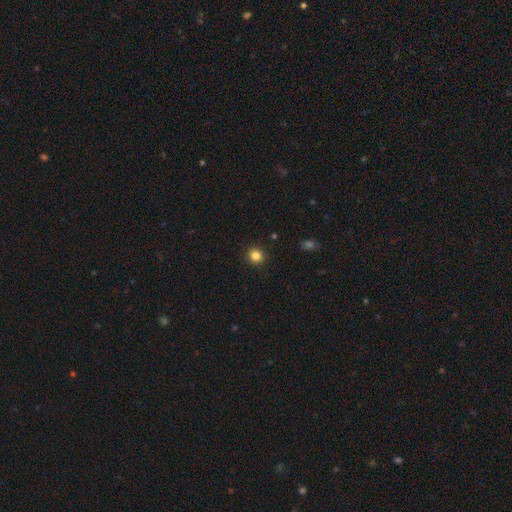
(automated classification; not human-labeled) smooth-or-featured: smooth: 84% | star or artifact: 12% | featured or disk: 4%
  how-rounded: round: 89% | in between: 10% | cigar-shaped: 1%
  merging: none: 92% | minor disturbance: 5% | major disturbance: 2% | merger: 1%